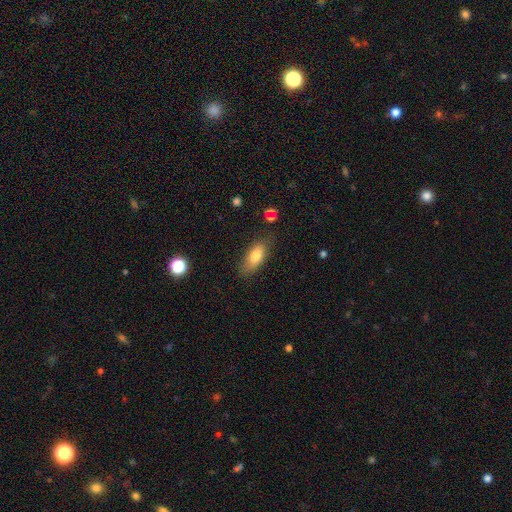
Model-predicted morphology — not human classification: smooth_or_featured: smooth (p=0.80) [alt: featured or disk p=0.12]
how_rounded: in between (p=0.81) [alt: cigar-shaped p=0.16]
merging: none (p=0.76) [alt: minor disturbance p=0.17]